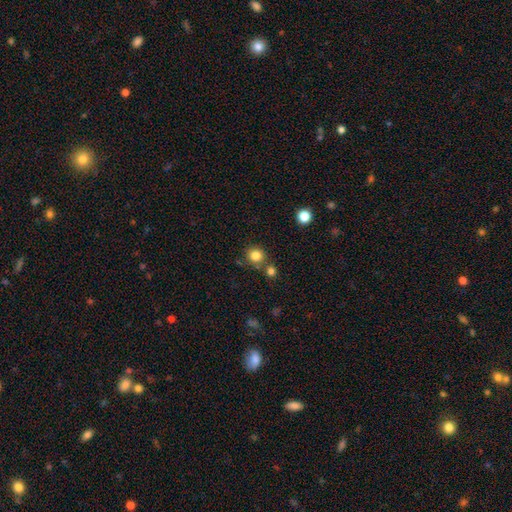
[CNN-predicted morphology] type=smooth (83%); roundness=round (90%); merging=none (73%).